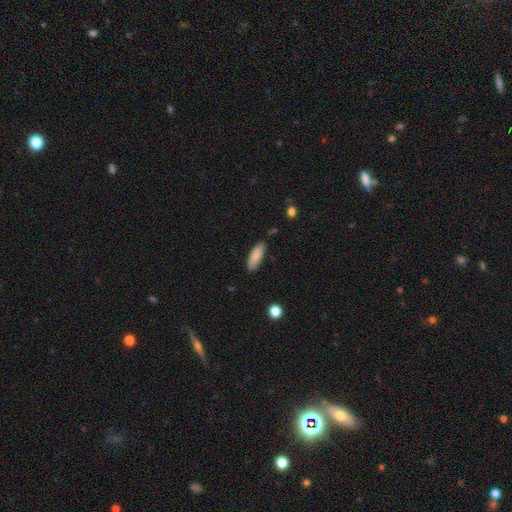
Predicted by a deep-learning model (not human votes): smooth-or-featured: smooth: 87% | featured or disk: 7% | star or artifact: 6%
  how-rounded: in between: 61% | cigar-shaped: 37% | round: 2%
  merging: none: 82% | minor disturbance: 14% | major disturbance: 2% | merger: 2%